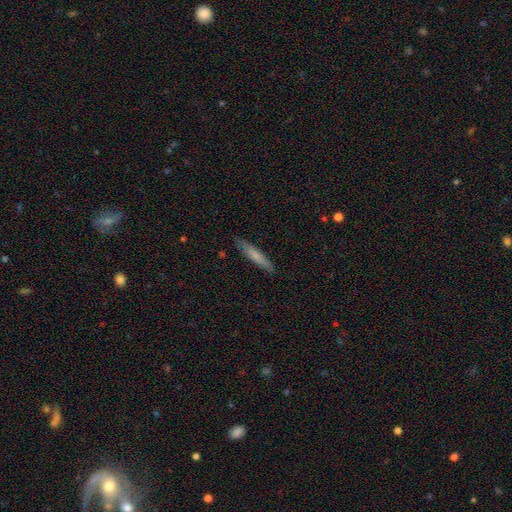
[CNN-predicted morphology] smooth 71%, featured or disk 23%, star or artifact 6%. Down the decision tree: how rounded — cigar-shaped (92%); merging — none (87%).